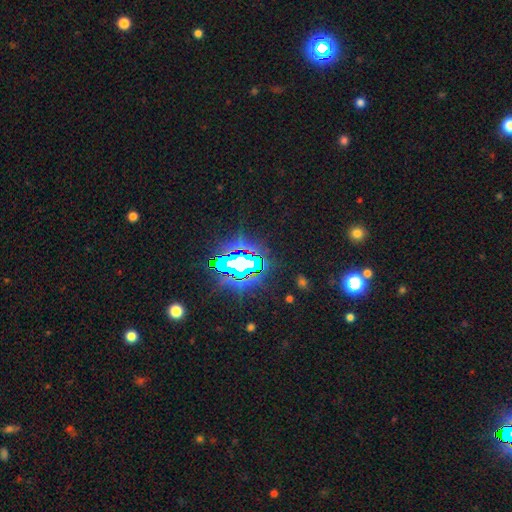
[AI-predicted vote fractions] Overall: star or artifact (82%).